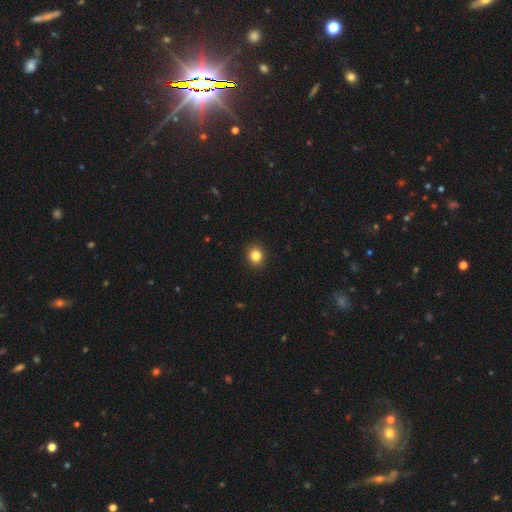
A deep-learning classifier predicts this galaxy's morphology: smooth_or_featured: smooth (p=0.84) [alt: star or artifact p=0.11]
how_rounded: round (p=0.72) [alt: in between p=0.27]
merging: none (p=0.92) [alt: minor disturbance p=0.05]